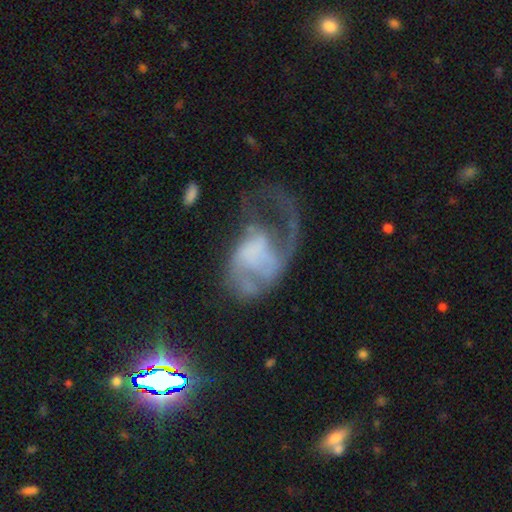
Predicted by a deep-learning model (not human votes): Smooth or featured?
  - featured or disk: 69% *
  - smooth: 20%
  - star or artifact: 11%
Edge-on disk?
  - no: 97% *
  - yes: 3%
Bar?
  - no: 74% *
  - weak: 20%
  - strong: 6%
Spiral arms?
  - yes: 67% *
  - no: 33%
Bulge size?
  - none: 61% *
  - large: 14%
  - small: 10%
  - moderate: 10%
  - dominant: 4%
Merging?
  - major disturbance: 57% *
  - none: 23%
  - minor disturbance: 15%
  - merger: 6%